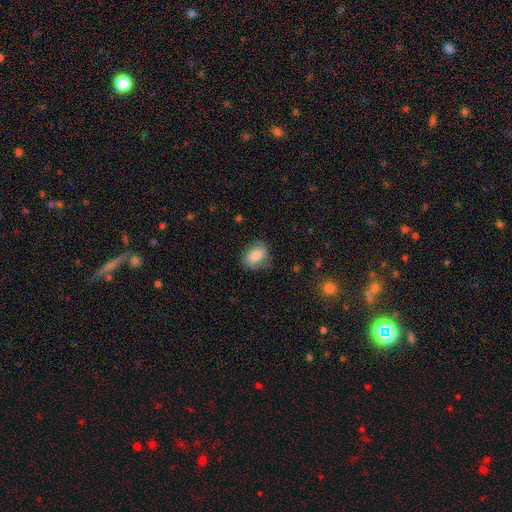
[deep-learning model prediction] Overall: smooth (77%). How rounded: in between (76%). Merging: none (70%).